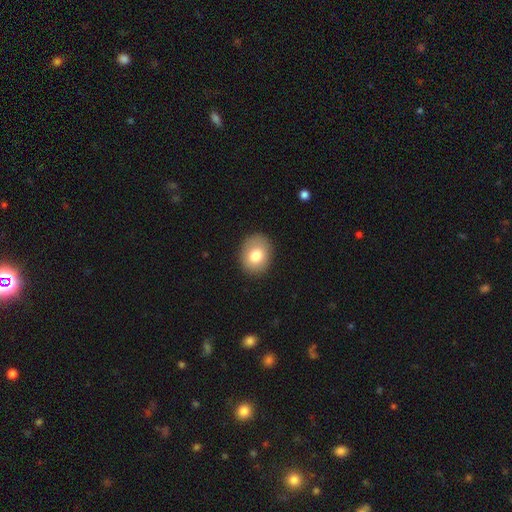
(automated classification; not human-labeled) This appears to be a smooth galaxy with no disk features (78%) that is round (52%). Merging: none (86%).